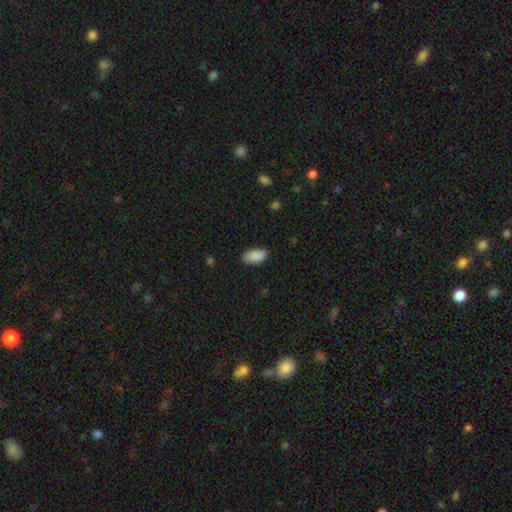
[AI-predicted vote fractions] The model was most divided on "merging": none: 76%, minor disturbance: 19%, major disturbance: 3%, merger: 1%. More confident: how rounded — in between (94%); smooth or featured — smooth (87%).